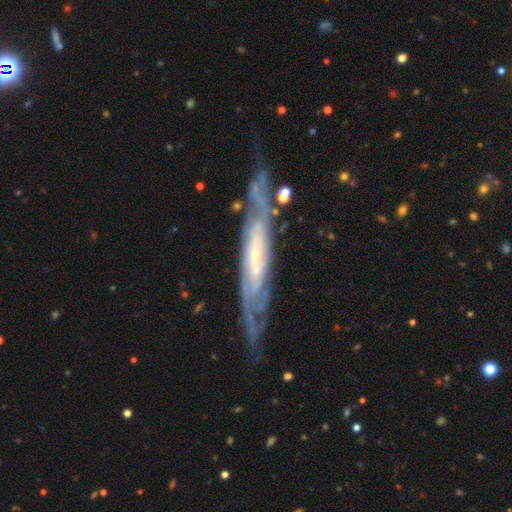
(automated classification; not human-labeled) Smooth or featured?
  - featured or disk: 83% *
  - smooth: 11%
  - star or artifact: 6%
Edge-on disk?
  - no: 64% *
  - yes: 36%
Bar?
  - no: 50% *
  - weak: 31%
  - strong: 19%
Spiral arms?
  - yes: 94% *
  - no: 6%
Bulge size?
  - small: 74% *
  - moderate: 16%
  - none: 6%
  - large: 3%
  - dominant: 1%
Merging?
  - none: 69% *
  - minor disturbance: 19%
  - major disturbance: 9%
  - merger: 3%